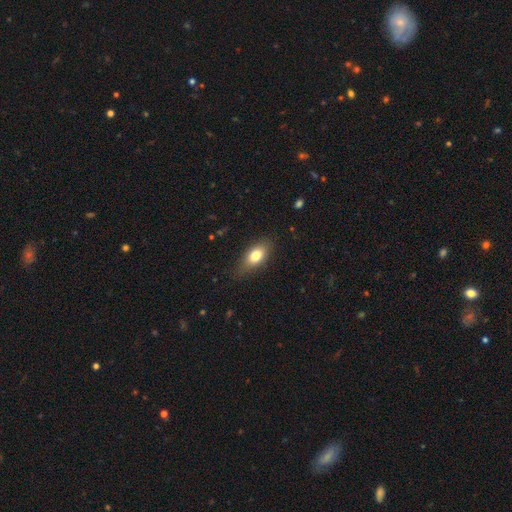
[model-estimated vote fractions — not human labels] Morphology: type=smooth (76%); roundness=in between (84%); merging=none (76%).